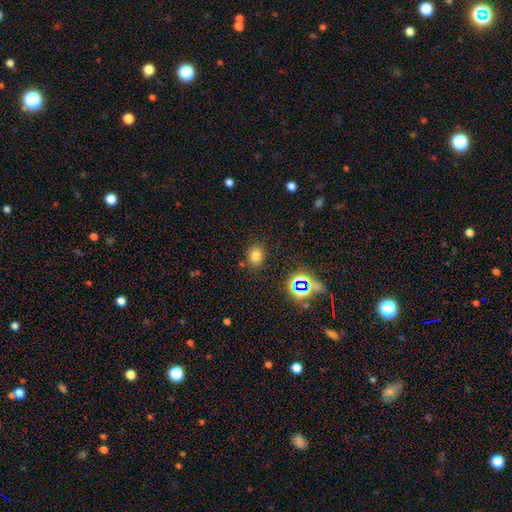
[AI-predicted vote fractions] smooth-or-featured: smooth: 72% | star or artifact: 20% | featured or disk: 8%
  how-rounded: round: 60% | in between: 39% | cigar-shaped: 1%
  merging: none: 82% | minor disturbance: 11% | major disturbance: 4% | merger: 3%